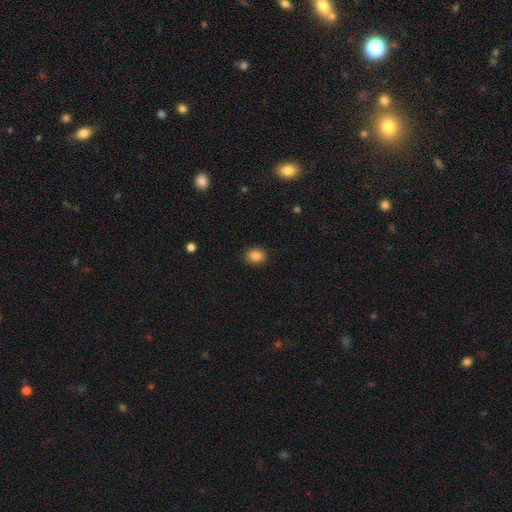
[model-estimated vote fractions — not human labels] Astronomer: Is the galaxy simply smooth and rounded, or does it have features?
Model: smooth — 86%.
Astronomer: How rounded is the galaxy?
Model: in between — 53% (runner-up: round, 46%).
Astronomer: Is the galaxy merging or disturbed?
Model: none — 90%.